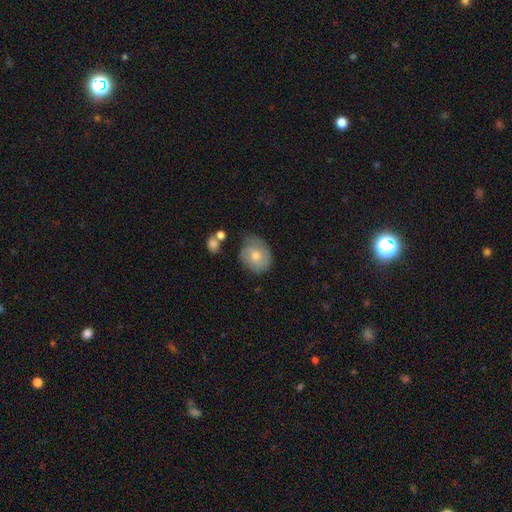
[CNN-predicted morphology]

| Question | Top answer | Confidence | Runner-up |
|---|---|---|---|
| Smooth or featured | smooth | 51% | featured or disk (40%) |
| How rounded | round | 58% | in between (41%) |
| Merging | none | 59% | minor disturbance (28%) |